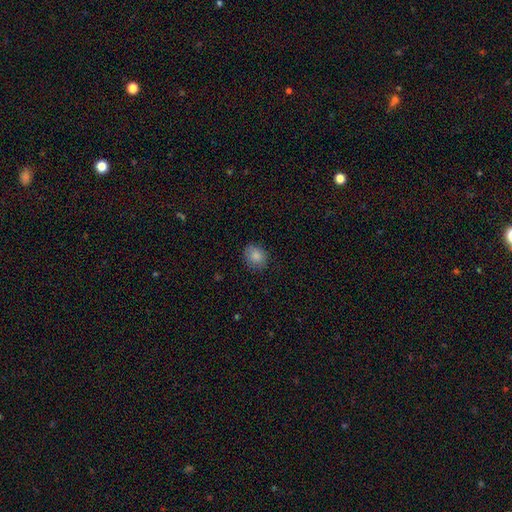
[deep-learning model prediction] A smooth galaxy with no disk features (85%) that is round (68%). Merging: none (83%).